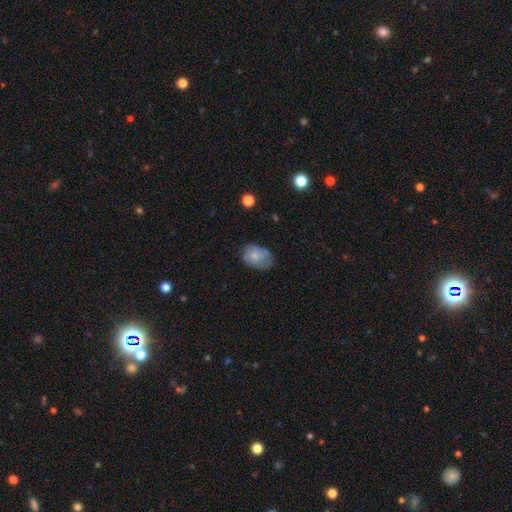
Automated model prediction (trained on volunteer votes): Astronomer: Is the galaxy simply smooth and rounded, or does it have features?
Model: smooth — 70%.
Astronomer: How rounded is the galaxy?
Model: in between — 75%.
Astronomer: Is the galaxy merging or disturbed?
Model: none — 56% (runner-up: minor disturbance, 32%).